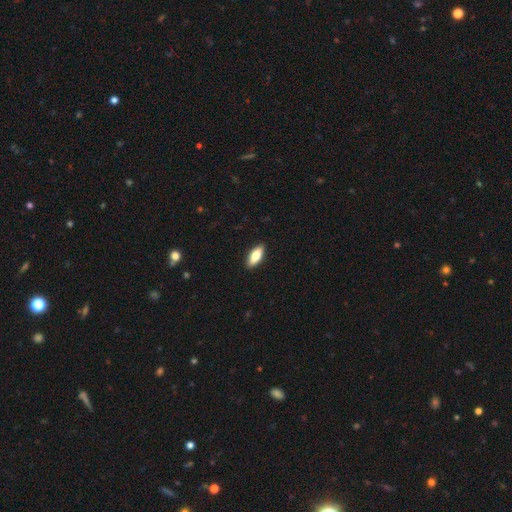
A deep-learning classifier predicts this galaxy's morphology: This is likely a smooth galaxy (74%). How rounded: likely in between (75%). Merging: clearly none (90%).